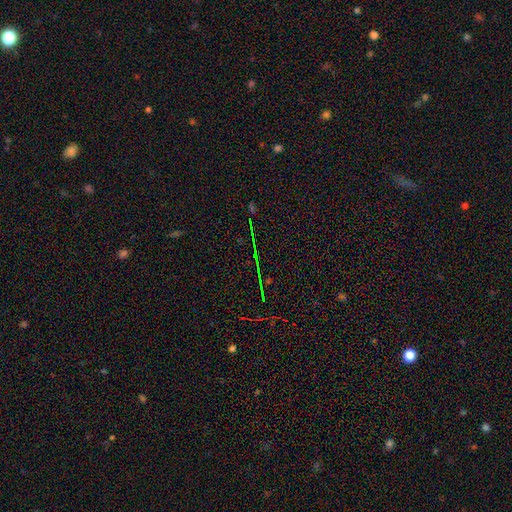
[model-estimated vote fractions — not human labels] A star or artifact, not a galaxy (78%).

Vote fractions:
- Smooth or featured? star or artifact: 78% / featured or disk: 12% / smooth: 10%